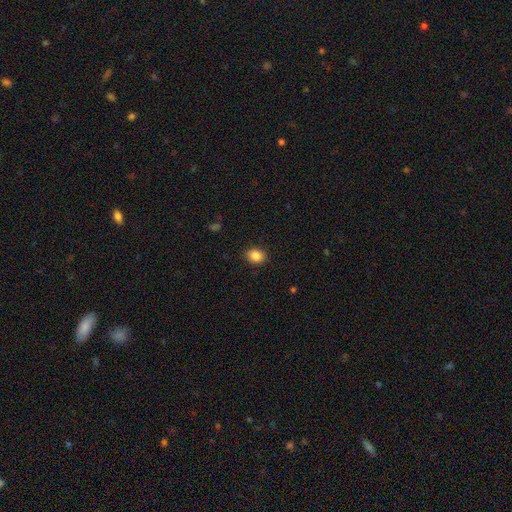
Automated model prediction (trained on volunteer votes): Smooth or featured: smooth — 86% (star or artifact — 9%)
How rounded: round — 53% (in between — 46%)
Merging: none — 90% (minor disturbance — 7%)